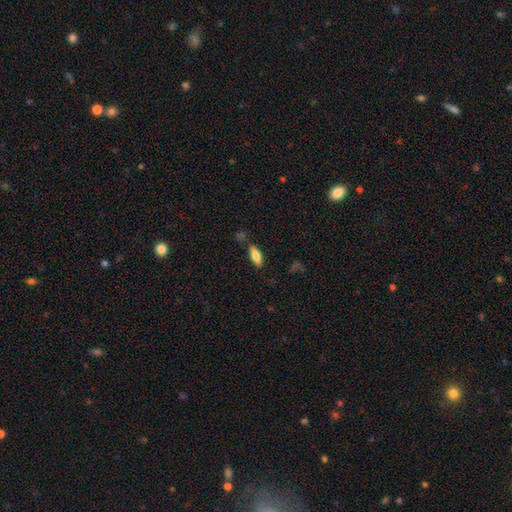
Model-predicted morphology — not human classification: Smooth or featured: smooth — 72% (featured or disk — 21%)
How rounded: in between — 68% (cigar-shaped — 30%)
Merging: none — 77% (minor disturbance — 15%)